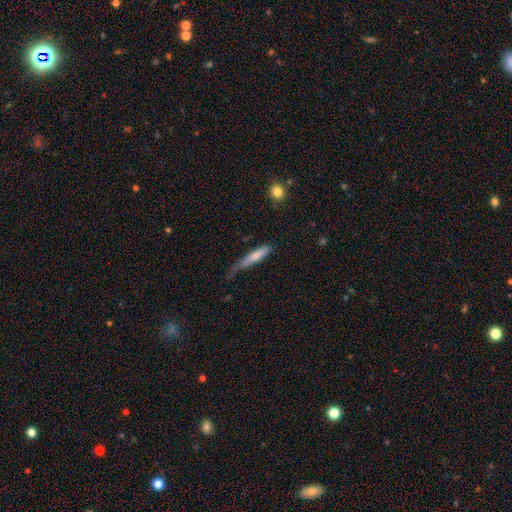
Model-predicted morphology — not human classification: This is likely a smooth galaxy (71%). How rounded: clearly cigar-shaped (81%). Merging: marginally minor disturbance (38%).